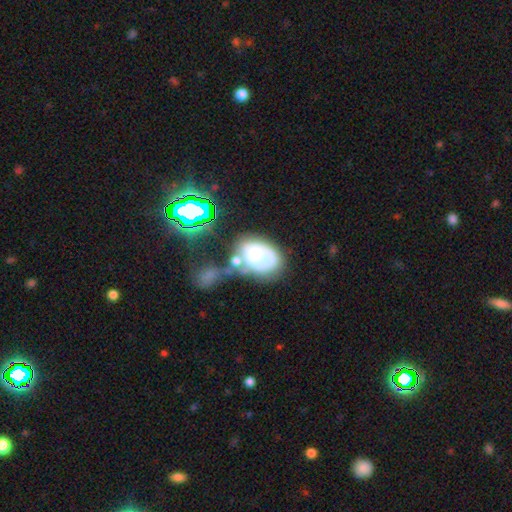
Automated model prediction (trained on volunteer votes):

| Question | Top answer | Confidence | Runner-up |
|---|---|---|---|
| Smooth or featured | smooth | 46% | featured or disk (41%) |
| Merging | merger | 31% | none (26%) |